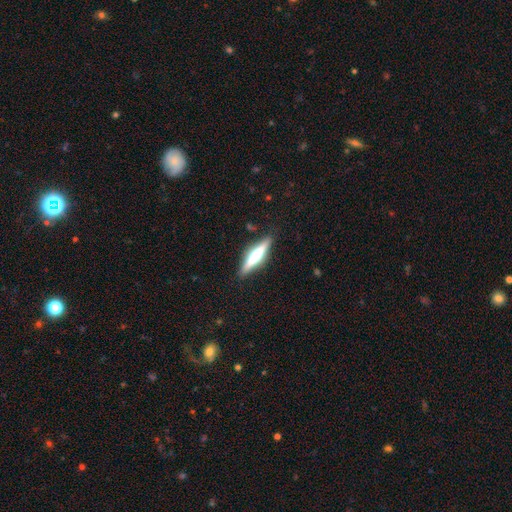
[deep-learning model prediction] A featured or disk galaxy (51%) viewed edge-on (95%). Merging: none (87%).